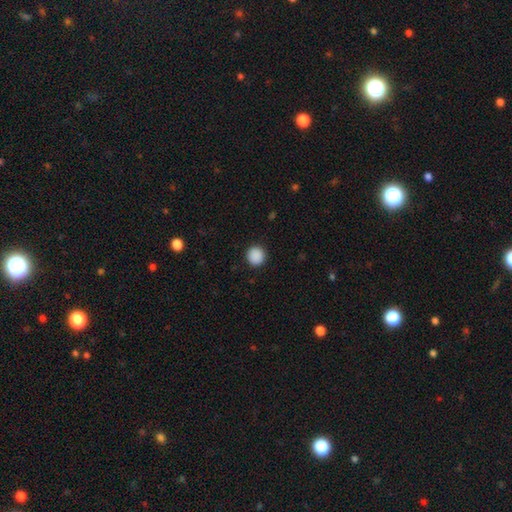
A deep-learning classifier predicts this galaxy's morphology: type=smooth (90%); roundness=round (94%); merging=none (92%).